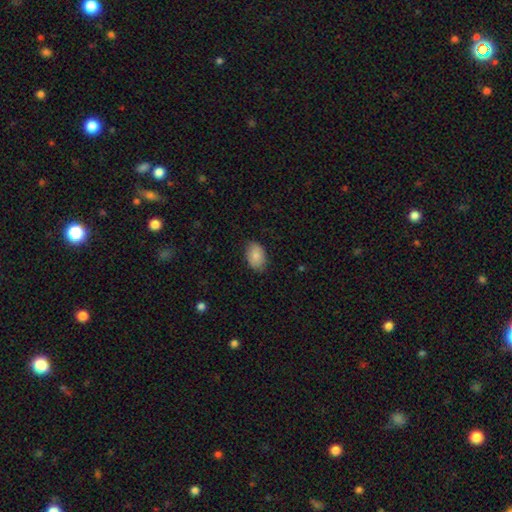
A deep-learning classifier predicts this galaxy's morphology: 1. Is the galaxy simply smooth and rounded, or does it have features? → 84% smooth, 9% featured or disk, 7% star or artifact.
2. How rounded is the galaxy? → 88% in between, 11% round, 1% cigar-shaped.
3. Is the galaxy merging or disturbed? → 82% none, 14% minor disturbance, 3% major disturbance, 1% merger.